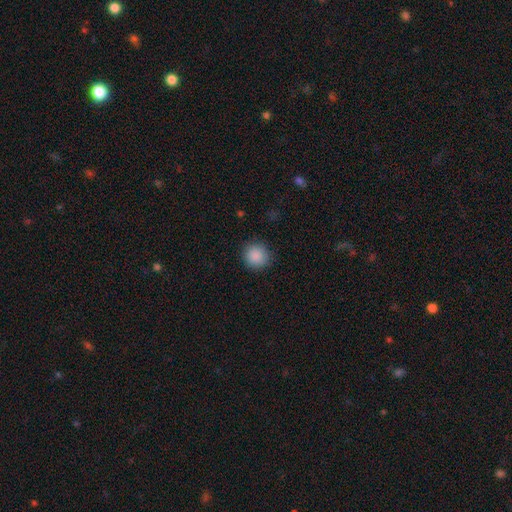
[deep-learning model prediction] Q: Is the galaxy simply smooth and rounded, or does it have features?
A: smooth — 89%.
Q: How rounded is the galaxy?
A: round — 92%.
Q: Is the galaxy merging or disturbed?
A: none — 89%.